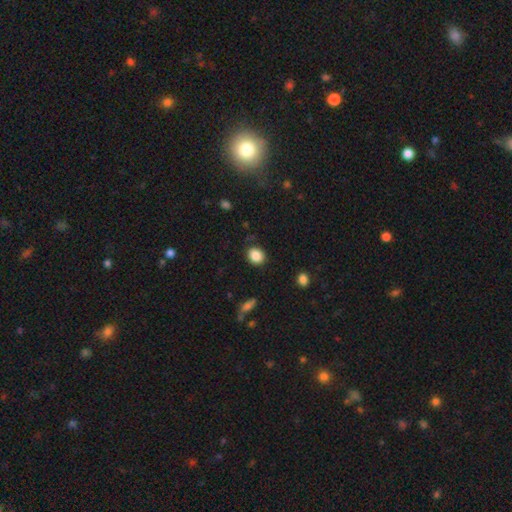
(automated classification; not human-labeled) Q: Smooth or featured?
A: smooth (87%); runner-up: star or artifact (9%)
Q: How rounded?
A: round (64%); runner-up: in between (35%)
Q: Merging?
A: none (85%); runner-up: minor disturbance (11%)